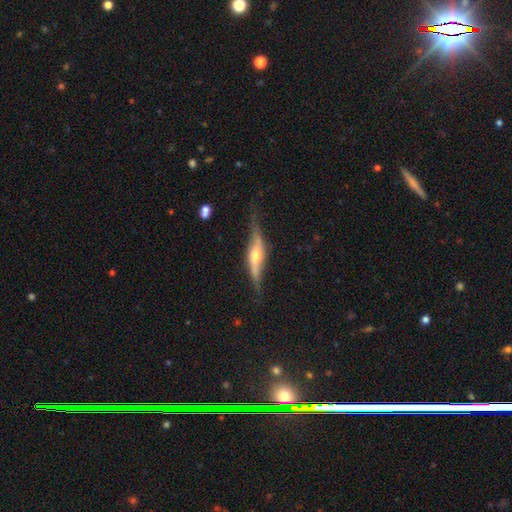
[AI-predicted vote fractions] Overall: featured or disk (72%). Edge-on disk: yes (80%). Edge-on bulge: rounded (85%). Merging: none (63%; minor disturbance 26%).